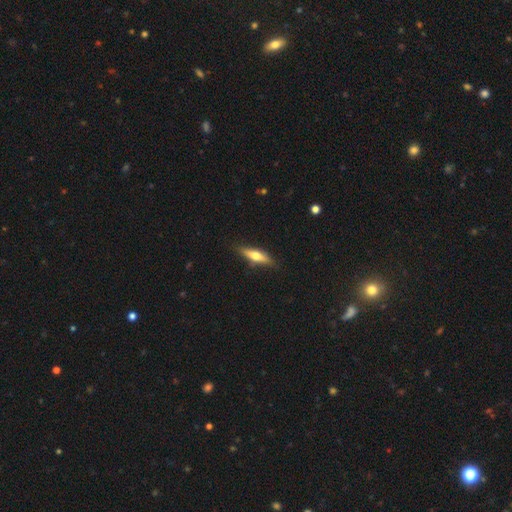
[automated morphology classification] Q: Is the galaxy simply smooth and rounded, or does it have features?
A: smooth — 48%.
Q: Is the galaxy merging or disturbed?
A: none — 86%.